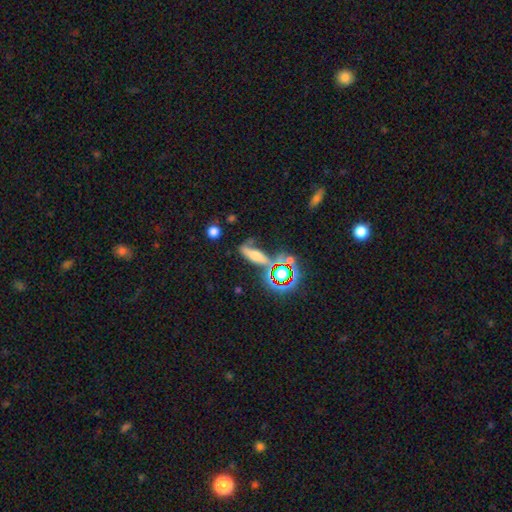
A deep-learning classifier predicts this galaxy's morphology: Smooth or featured? Predicted: smooth (p=0.45). Merging? Predicted: none (p=0.52).